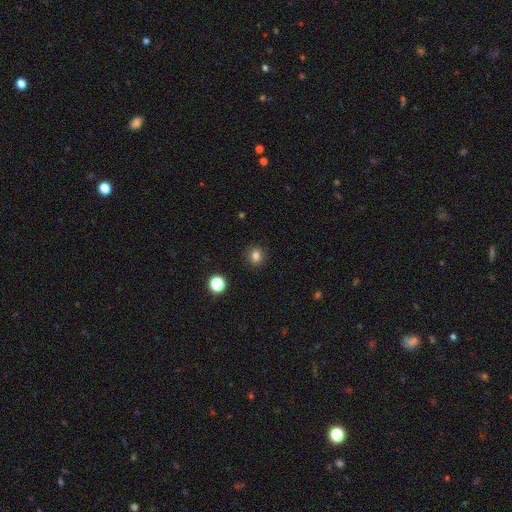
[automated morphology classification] A smooth galaxy with no disk features (81%) that is round (80%). Merging: none (90%).